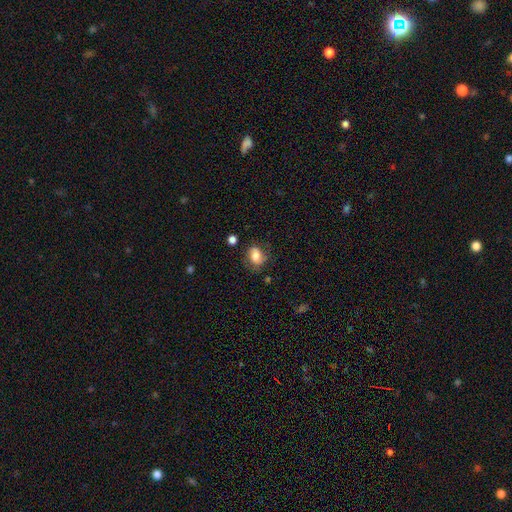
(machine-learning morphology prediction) smooth-or-featured: smooth: 63% | featured or disk: 28% | star or artifact: 9%
  how-rounded: in between: 63% | round: 35% | cigar-shaped: 1%
  merging: none: 60% | minor disturbance: 25% | major disturbance: 12% | merger: 3%